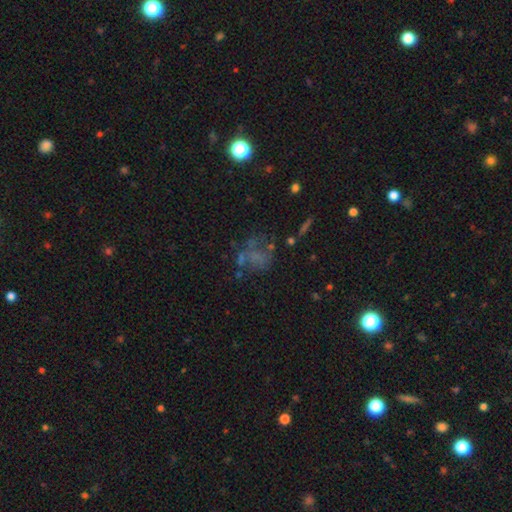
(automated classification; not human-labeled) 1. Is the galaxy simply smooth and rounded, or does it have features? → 40% featured or disk, 35% smooth, 26% star or artifact.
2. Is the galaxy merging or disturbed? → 43% none, 27% major disturbance, 18% minor disturbance, 13% merger.